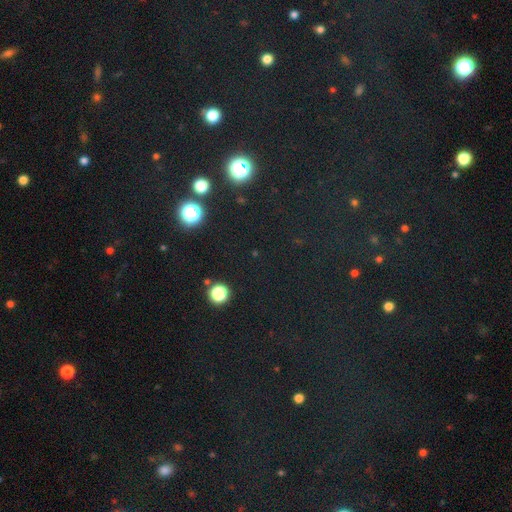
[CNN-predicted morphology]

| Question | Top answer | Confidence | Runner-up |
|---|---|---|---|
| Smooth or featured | star or artifact | 73% | smooth (19%) |